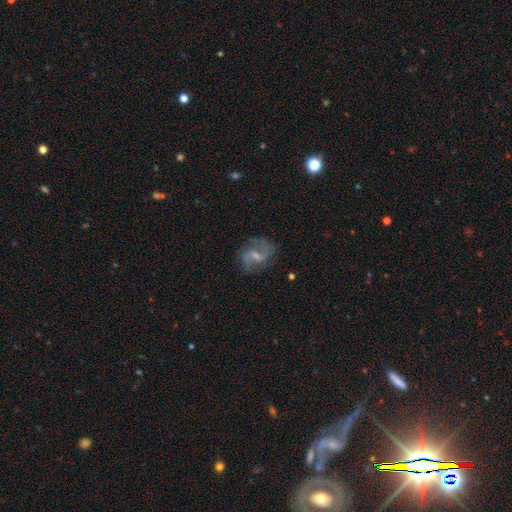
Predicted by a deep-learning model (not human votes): smooth_or_featured: featured or disk (p=0.85) [alt: smooth p=0.09]
disk_edge_on: no (p=0.98) [alt: yes p=0.02]
bar: weak (p=0.58) [alt: no p=0.24]
has_spiral_arms: yes (p=0.96) [alt: no p=0.04]
spiral_winding: medium (p=0.47) [alt: loose p=0.42]
spiral_arm_count: 2 (p=0.91) [alt: can't tell p=0.03]
bulge_size: small (p=0.52) [alt: moderate p=0.29]
merging: none (p=0.75) [alt: minor disturbance p=0.16]